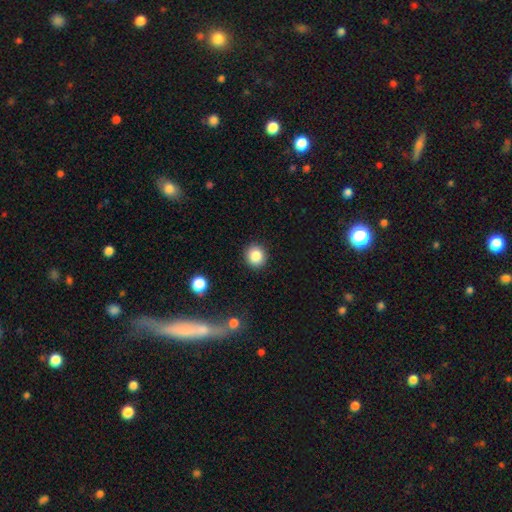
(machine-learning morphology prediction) Smooth or featured? smooth (86%)
How rounded? round (88%)
Merging? none (91%)